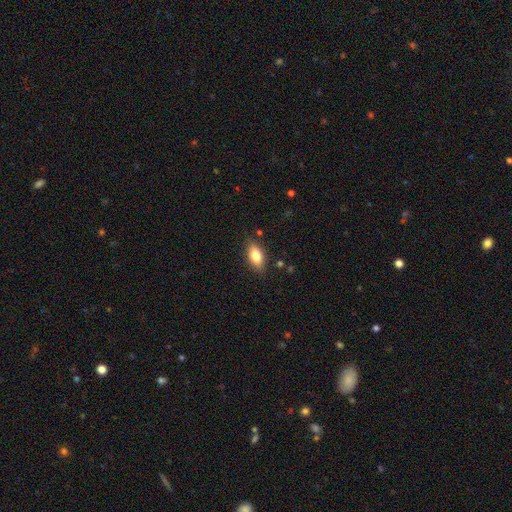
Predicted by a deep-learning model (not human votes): smooth-or-featured: smooth: 80% | featured or disk: 13% | star or artifact: 7%
  how-rounded: in between: 87% | cigar-shaped: 9% | round: 4%
  merging: none: 84% | minor disturbance: 12% | major disturbance: 3% | merger: 2%